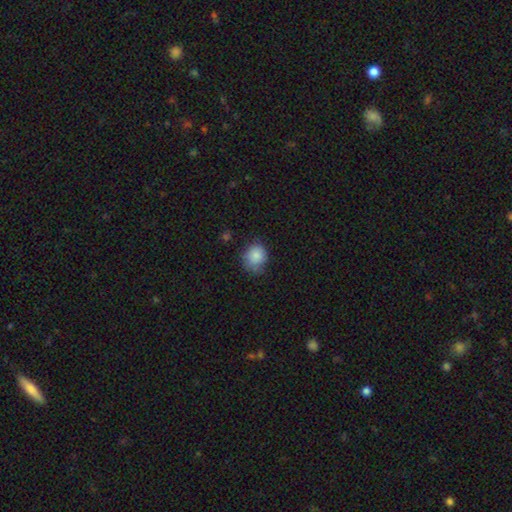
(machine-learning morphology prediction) A smooth galaxy with no disk features (85%) that is round (68%).

Vote fractions:
- Smooth or featured? smooth: 85% / star or artifact: 8% / featured or disk: 6%
- How rounded? round: 68% / in between: 31% / cigar-shaped: 1%
- Merging? none: 61% / minor disturbance: 30% / major disturbance: 7% / merger: 2%